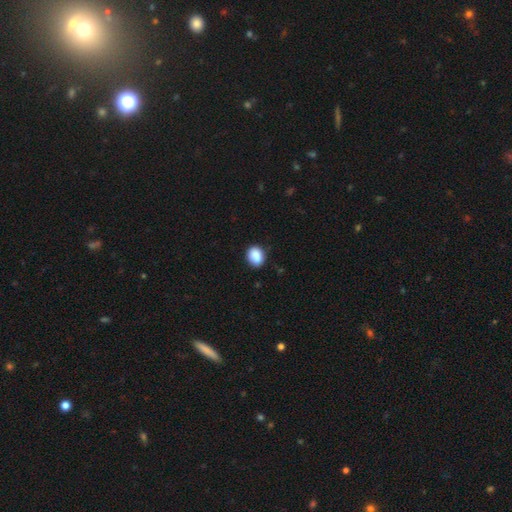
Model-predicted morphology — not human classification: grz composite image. It shows a smooth galaxy with no disk features (89%) that is in between round and cigar-shaped (53%). Merging: none (85%).